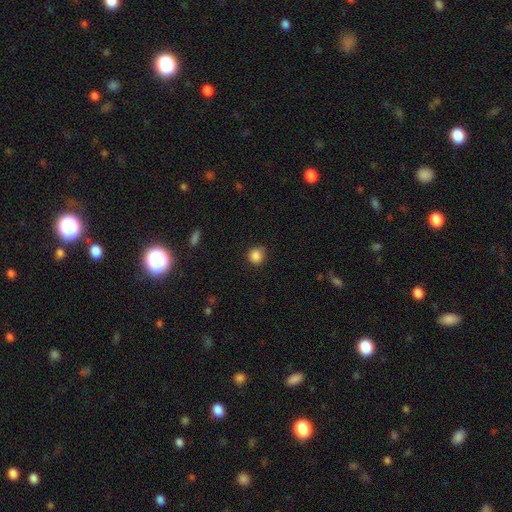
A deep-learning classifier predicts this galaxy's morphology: Smooth or featured?
  - smooth: 86% *
  - star or artifact: 10%
  - featured or disk: 4%
How rounded?
  - round: 89% *
  - in between: 10%
  - cigar-shaped: 1%
Merging?
  - none: 78% *
  - minor disturbance: 18%
  - major disturbance: 3%
  - merger: 2%